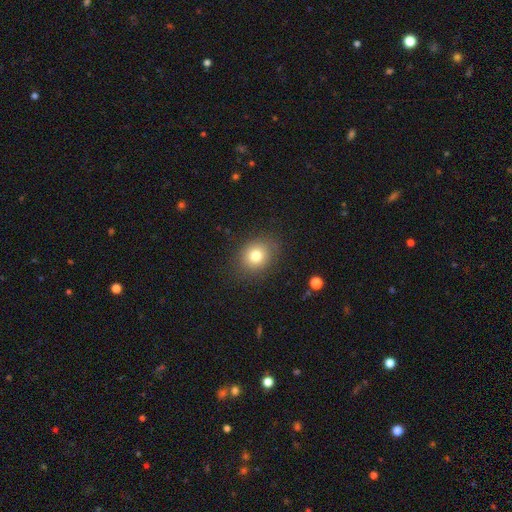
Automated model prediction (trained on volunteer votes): This appears to be a smooth galaxy with no disk features (79%) that is round (64%). Merging: none (84%).